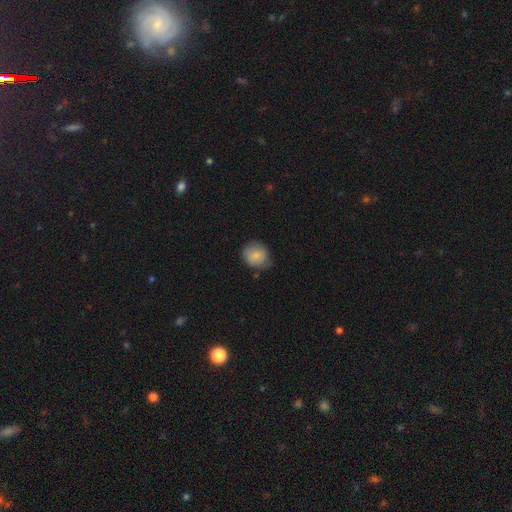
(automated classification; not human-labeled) Smooth or featured? smooth (81%)
How rounded? round (76%)
Merging? none (66%)